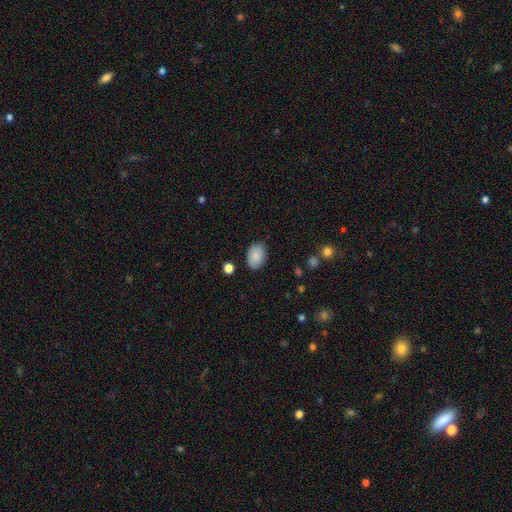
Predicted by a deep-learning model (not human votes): smooth-or-featured: smooth: 86% | star or artifact: 7% | featured or disk: 7%
  how-rounded: in between: 82% | round: 17% | cigar-shaped: 1%
  merging: none: 82% | minor disturbance: 13% | major disturbance: 3% | merger: 2%